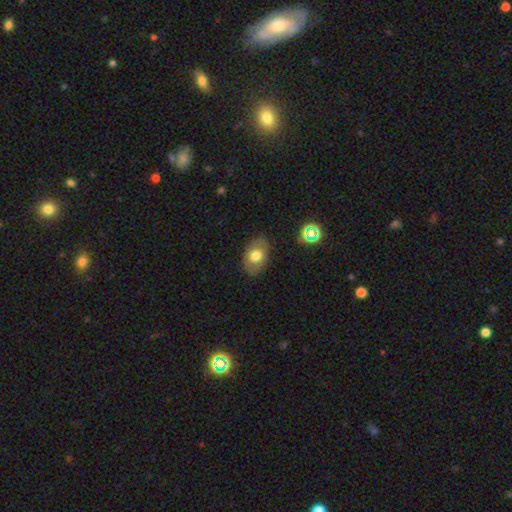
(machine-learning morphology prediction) Smooth or featured: smooth — 64% (featured or disk — 26%)
How rounded: in between — 77% (round — 21%)
Merging: none — 80% (minor disturbance — 14%)